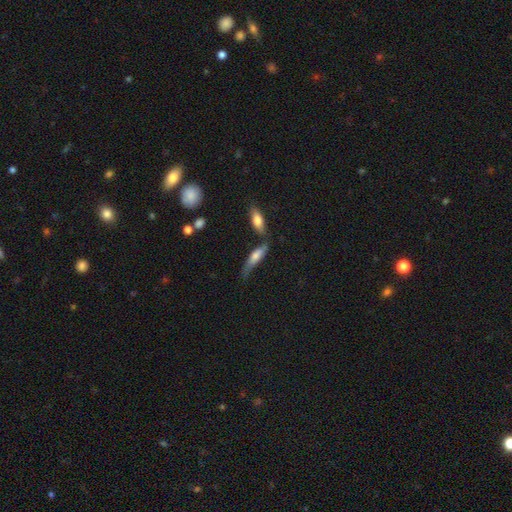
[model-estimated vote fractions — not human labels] Overall: smooth (61%; featured or disk 31%). How rounded: cigar-shaped (55%; in between 43%). Merging: none (43%; minor disturbance 29%).